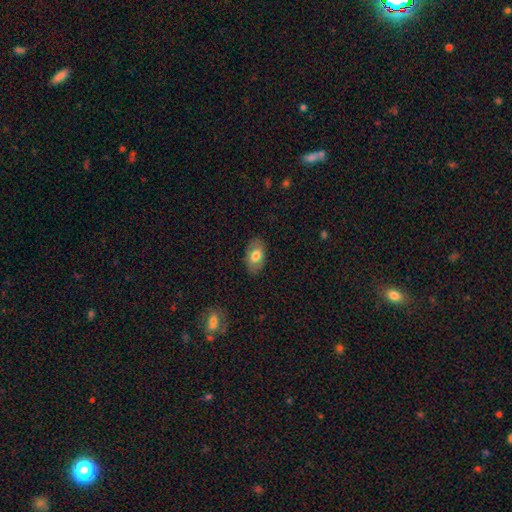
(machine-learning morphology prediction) smooth 71%, featured or disk 22%, star or artifact 7%. Down the decision tree: how rounded — in between (92%); merging — none (84%).